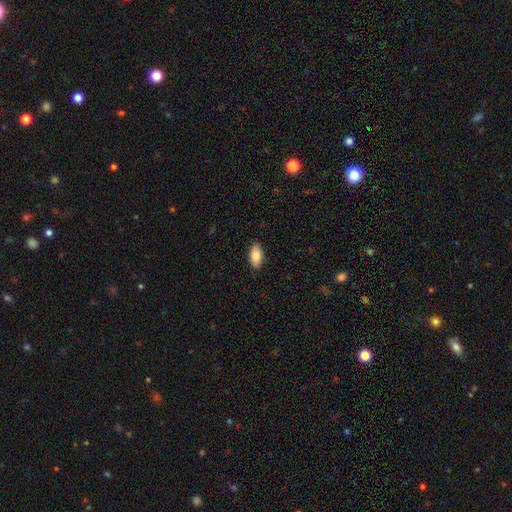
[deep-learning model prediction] Q: Smooth or featured?
A: smooth (83%); runner-up: featured or disk (11%)
Q: How rounded?
A: in between (92%); runner-up: cigar-shaped (5%)
Q: Merging?
A: none (89%); runner-up: minor disturbance (8%)